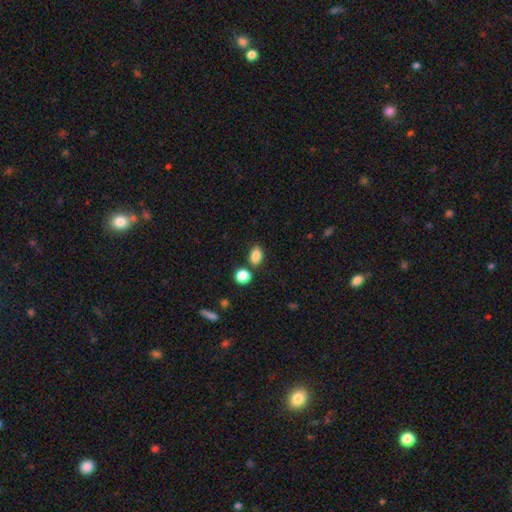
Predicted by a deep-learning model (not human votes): Smooth or featured? smooth (85%)
How rounded? in between (80%)
Merging? none (75%)